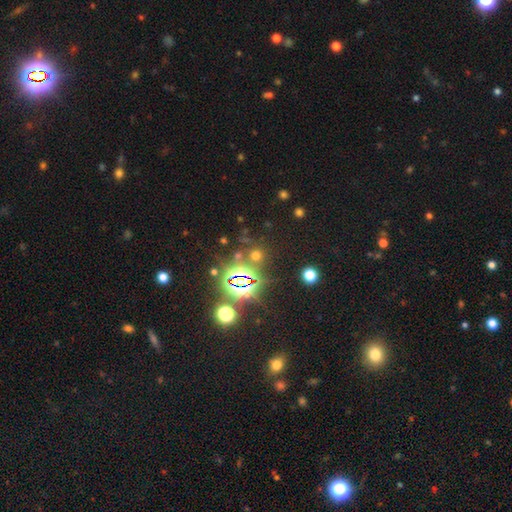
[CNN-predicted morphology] Overall: star or artifact (53%; smooth 40%).